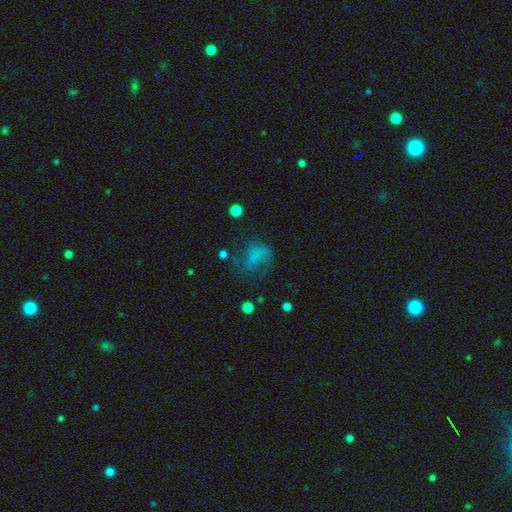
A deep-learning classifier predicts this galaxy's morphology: Smooth or featured: smooth — 56% (featured or disk — 27%)
How rounded: in between — 56% (round — 41%)
Merging: none — 42% (major disturbance — 31%)